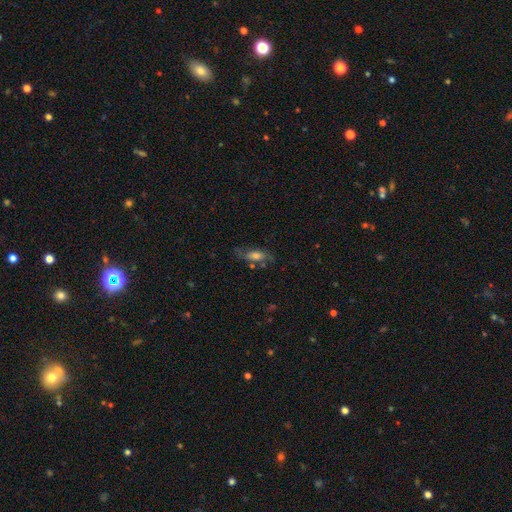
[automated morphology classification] Smooth or featured? smooth (54%)
How rounded? in between (60%)
Merging? none (62%)